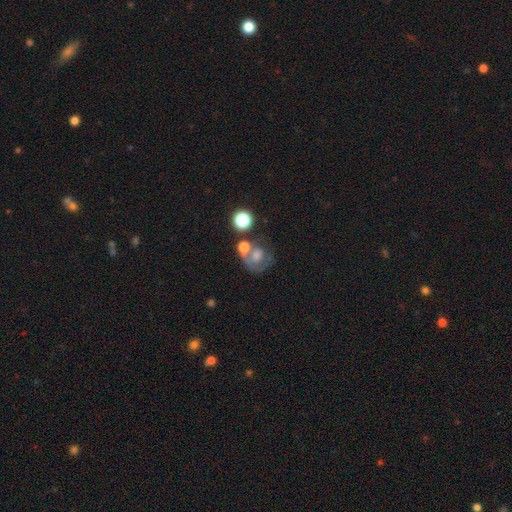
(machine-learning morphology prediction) Smooth or featured: smooth — 48% (featured or disk — 39%)
Merging: none — 36% (merger — 30%)